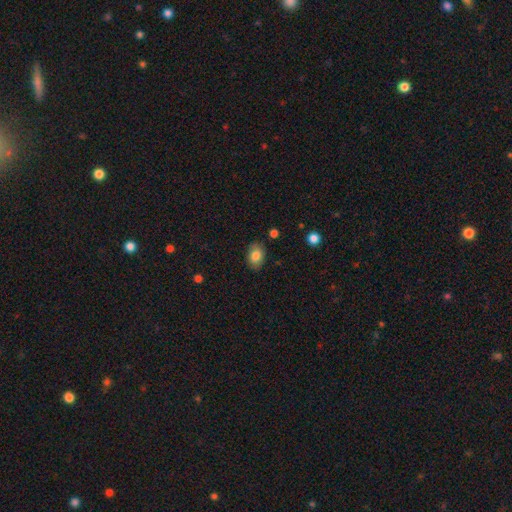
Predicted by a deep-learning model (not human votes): smooth-or-featured: smooth: 82% | featured or disk: 9% | star or artifact: 8%
  how-rounded: in between: 77% | round: 22% | cigar-shaped: 1%
  merging: none: 82% | minor disturbance: 13% | major disturbance: 3% | merger: 2%